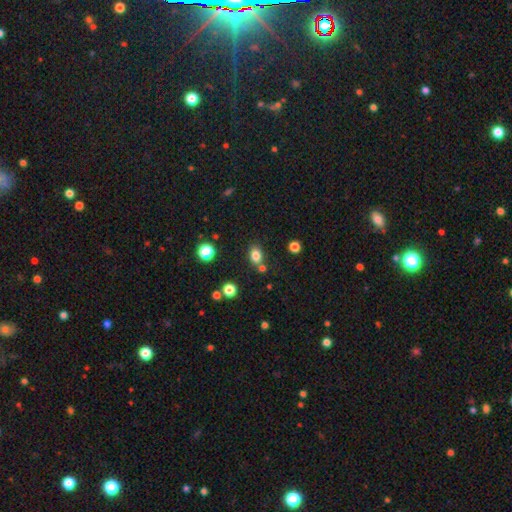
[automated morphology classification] Smooth or featured?
  - smooth: 81% *
  - star or artifact: 13%
  - featured or disk: 6%
How rounded?
  - in between: 67% *
  - round: 31%
  - cigar-shaped: 1%
Merging?
  - none: 71% *
  - merger: 13%
  - minor disturbance: 13%
  - major disturbance: 4%